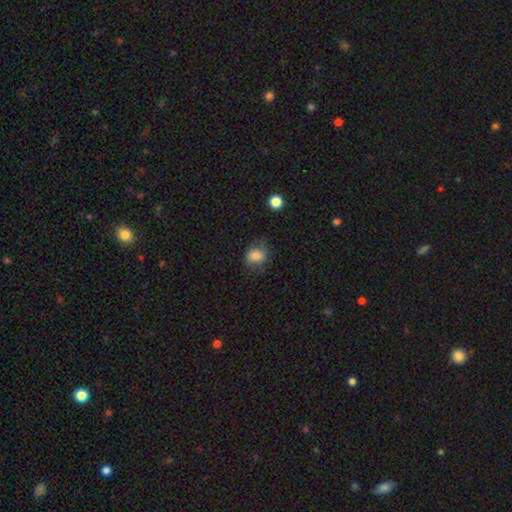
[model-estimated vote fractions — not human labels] A smooth galaxy with no disk features (76%) that is round (53%). Merging: none (62%).